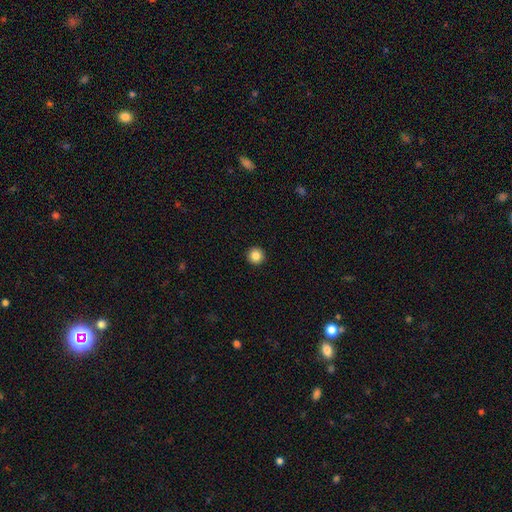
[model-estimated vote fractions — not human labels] smooth-or-featured: smooth: 85% | star or artifact: 10% | featured or disk: 5%
  how-rounded: round: 96% | in between: 3% | cigar-shaped: 1%
  merging: none: 94% | minor disturbance: 4% | major disturbance: 1% | merger: 1%